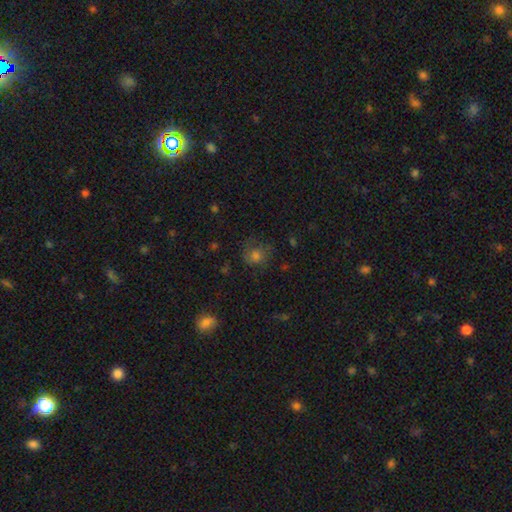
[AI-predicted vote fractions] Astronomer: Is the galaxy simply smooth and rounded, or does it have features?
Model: smooth — 69%.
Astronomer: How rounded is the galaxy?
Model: round — 72%.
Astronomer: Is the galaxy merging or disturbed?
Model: none — 58%.